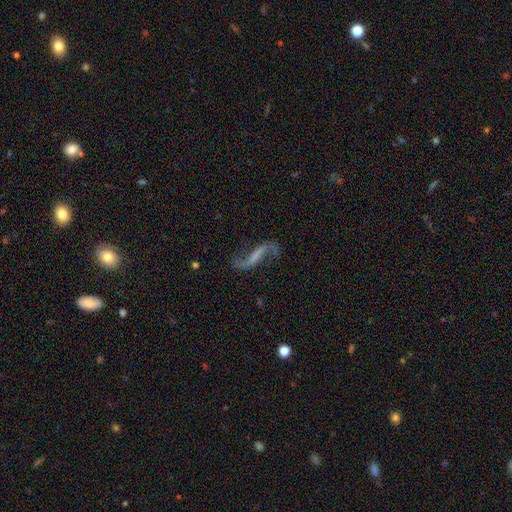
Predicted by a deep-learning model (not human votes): Morphology: type=featured or disk (83%); edge-on=no (92%); bar=strong (46%); spiral arms=yes (93%); winding=loose (89%); arm count=2 (92%); bulge=none (66%); merging=none (72%).